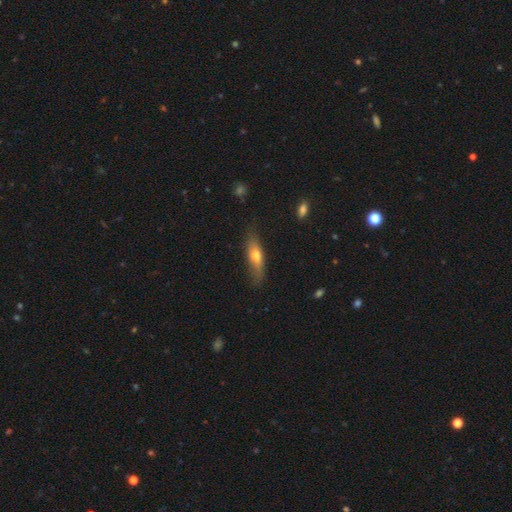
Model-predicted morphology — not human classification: Smooth or featured? smooth (61%)
How rounded? cigar-shaped (55%)
Merging? none (75%)